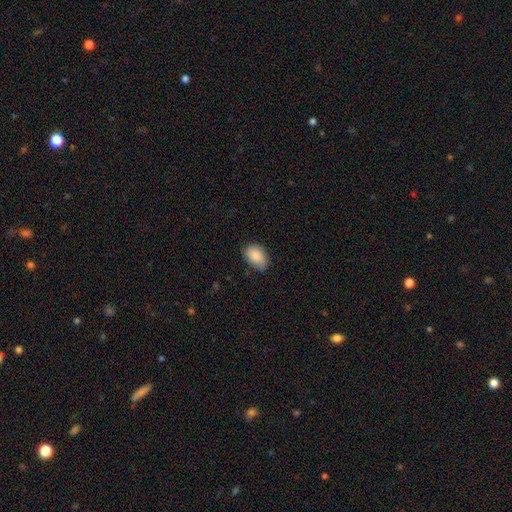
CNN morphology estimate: A smooth galaxy with no disk features (87%) that is in between round and cigar-shaped (85%). Merging: none (70%).